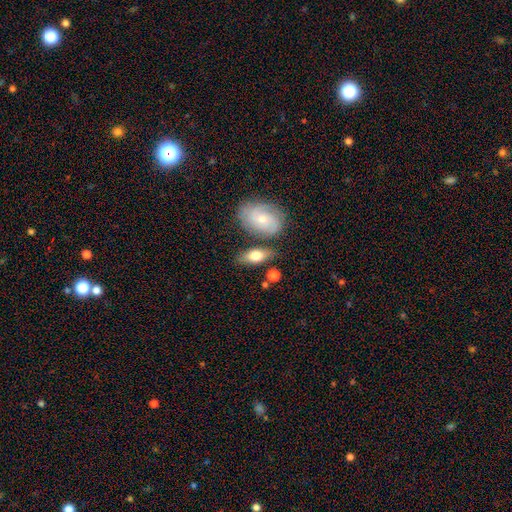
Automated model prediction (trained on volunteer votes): A smooth galaxy with no disk features (65%) that is in between round and cigar-shaped (82%). Merging: none (69%).